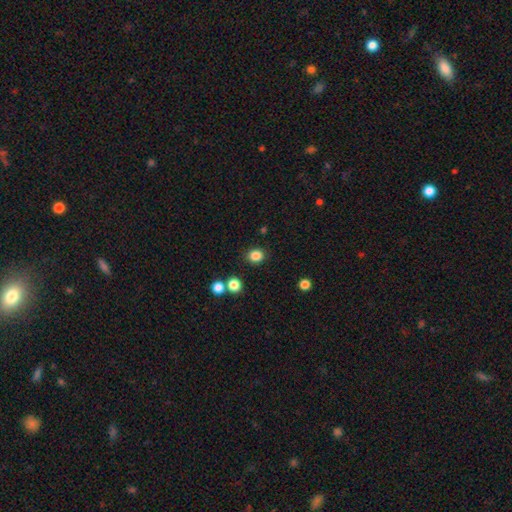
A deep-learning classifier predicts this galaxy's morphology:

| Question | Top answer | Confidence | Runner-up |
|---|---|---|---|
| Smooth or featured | smooth | 84% | star or artifact (12%) |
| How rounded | round | 74% | in between (25%) |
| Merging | none | 86% | minor disturbance (8%) |